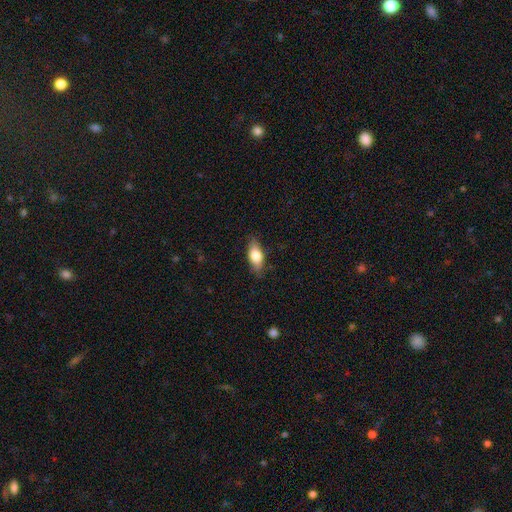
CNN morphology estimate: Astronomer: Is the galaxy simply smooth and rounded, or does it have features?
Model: smooth — 73%.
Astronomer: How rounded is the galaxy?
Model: in between — 80%.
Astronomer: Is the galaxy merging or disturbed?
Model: none — 82%.